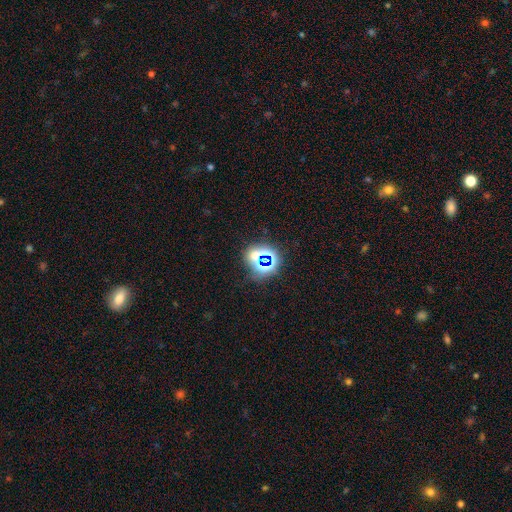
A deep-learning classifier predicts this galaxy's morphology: smooth-or-featured: star or artifact: 68% | smooth: 22% | featured or disk: 10%